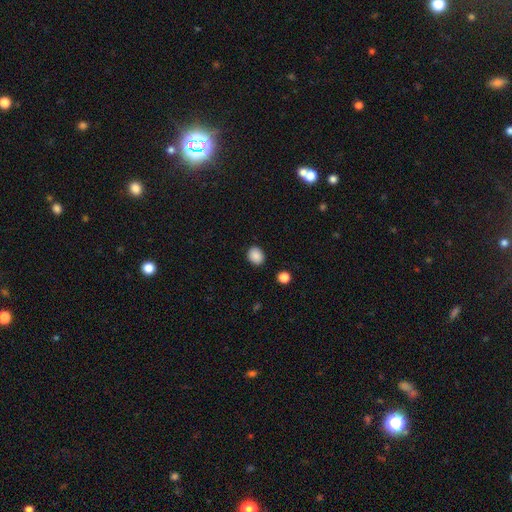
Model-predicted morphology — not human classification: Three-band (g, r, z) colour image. It shows a smooth galaxy with no disk features (88%) that is round (58%). Merging: none (89%).